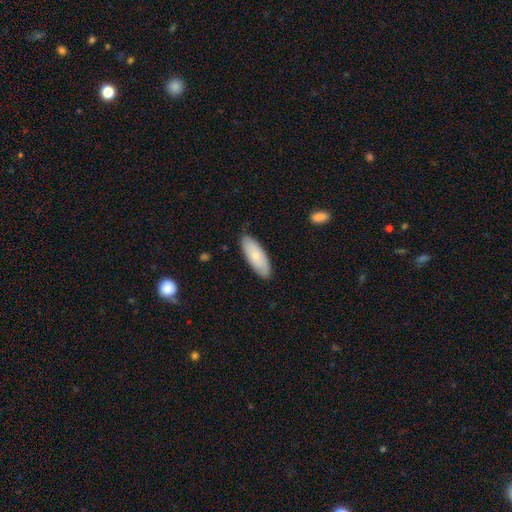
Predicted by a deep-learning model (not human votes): This is likely a smooth galaxy (73%). How rounded: likely in between (75%). Merging: clearly none (84%).